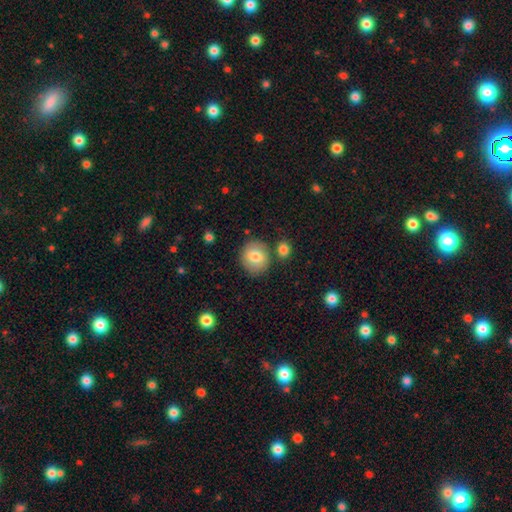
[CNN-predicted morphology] type=smooth (78%); roundness=round (84%); merging=none (78%).